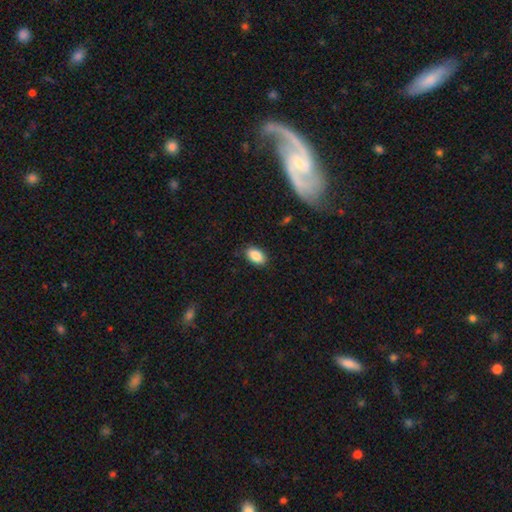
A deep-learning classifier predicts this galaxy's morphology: The model was most divided on "merging": none: 85%, minor disturbance: 11%, major disturbance: 2%, merger: 1%. More confident: how rounded — in between (92%); smooth or featured — smooth (87%).